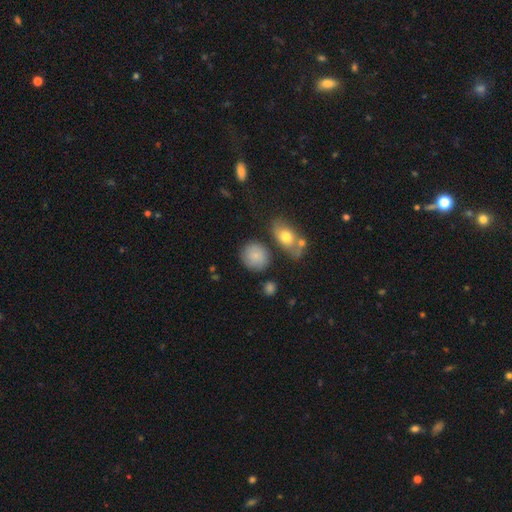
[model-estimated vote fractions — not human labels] This is likely a smooth galaxy (76%). How rounded: likely round (77%). Merging: likely none (73%).